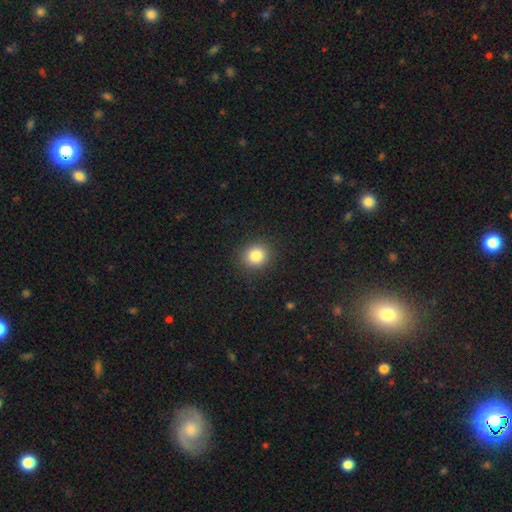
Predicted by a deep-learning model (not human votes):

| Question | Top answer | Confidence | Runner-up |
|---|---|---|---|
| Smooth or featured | smooth | 84% | star or artifact (11%) |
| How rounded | round | 83% | in between (16%) |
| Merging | none | 90% | minor disturbance (7%) |